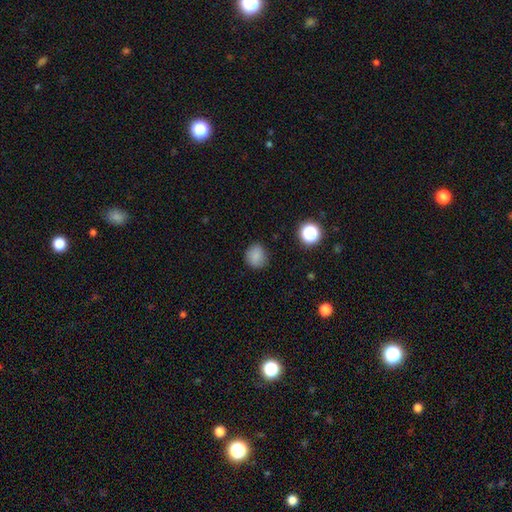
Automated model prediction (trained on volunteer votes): Smooth or featured? smooth (82%)
How rounded? round (82%)
Merging? none (82%)